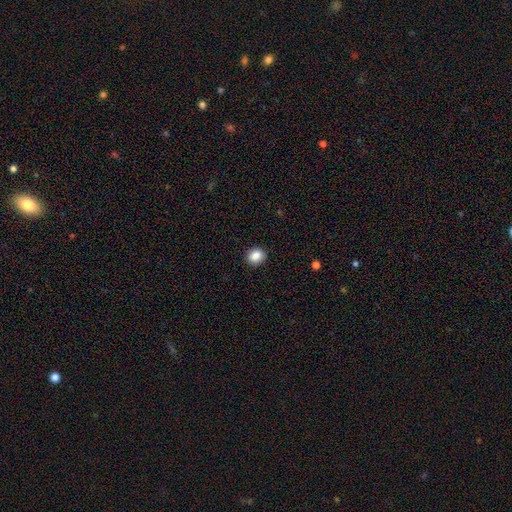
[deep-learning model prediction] Smooth or featured: smooth — 87% (star or artifact — 9%)
How rounded: round — 68% (in between — 31%)
Merging: none — 91% (minor disturbance — 7%)